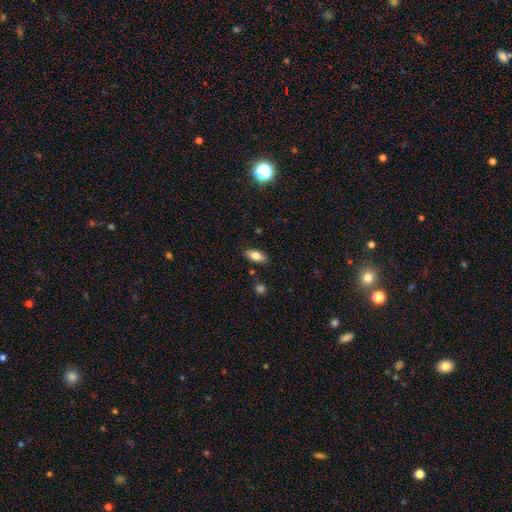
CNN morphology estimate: Q: Smooth or featured?
A: smooth (79%); runner-up: featured or disk (13%)
Q: How rounded?
A: in between (87%); runner-up: cigar-shaped (10%)
Q: Merging?
A: none (83%); runner-up: minor disturbance (11%)